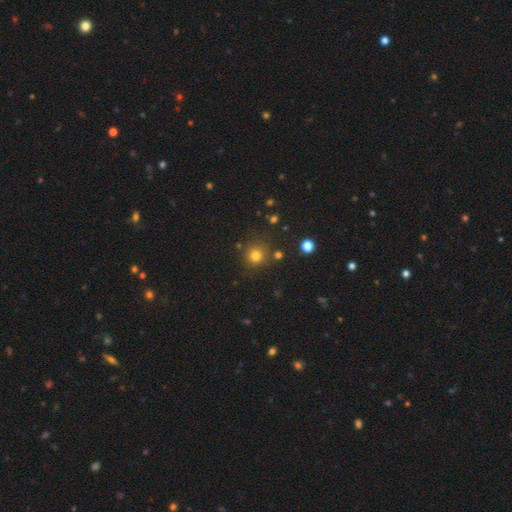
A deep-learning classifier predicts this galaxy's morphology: type=smooth (78%); roundness=round (92%); merging=none (83%).